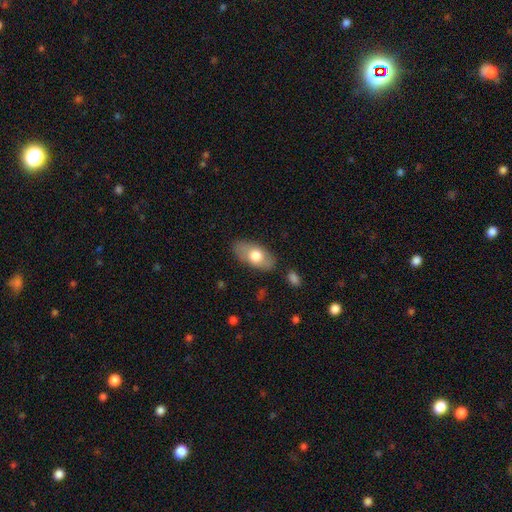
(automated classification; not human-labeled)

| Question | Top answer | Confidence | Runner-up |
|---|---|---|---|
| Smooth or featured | smooth | 68% | featured or disk (26%) |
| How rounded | in between | 91% | round (5%) |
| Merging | none | 82% | minor disturbance (13%) |